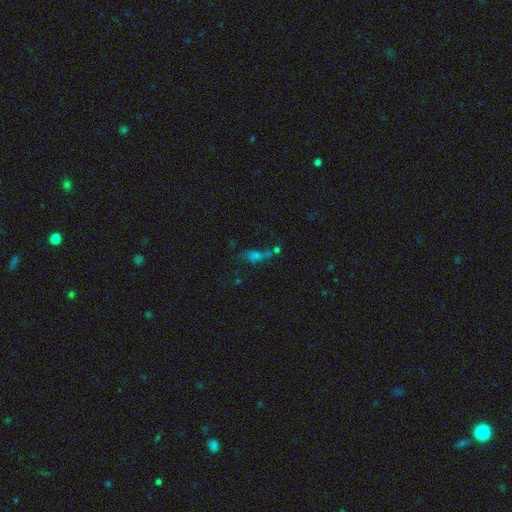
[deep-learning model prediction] Smooth or featured: smooth — 38% (star or artifact — 32%)
Merging: none — 39% (merger — 25%)